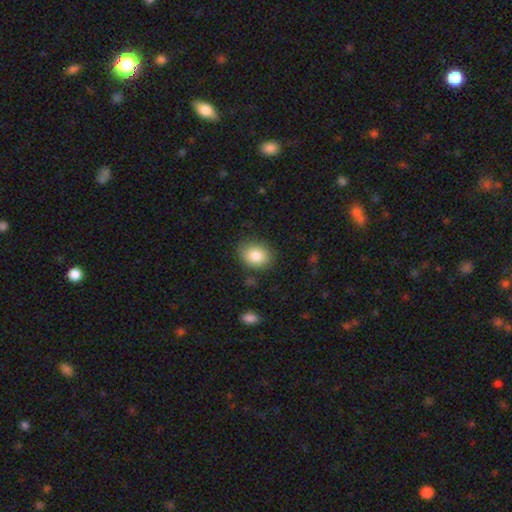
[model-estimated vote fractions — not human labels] smooth 83%, featured or disk 8%, star or artifact 8%. Down the decision tree: how rounded — in between (60%); merging — none (83%).